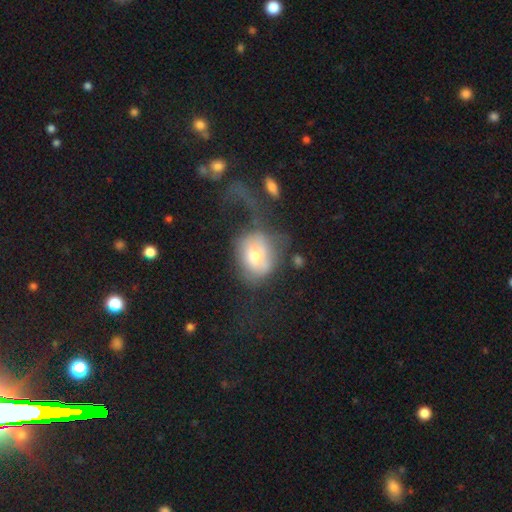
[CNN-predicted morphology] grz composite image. It shows a smooth galaxy with no disk features (62%) that is round (59%). Merging: major disturbance (47%).